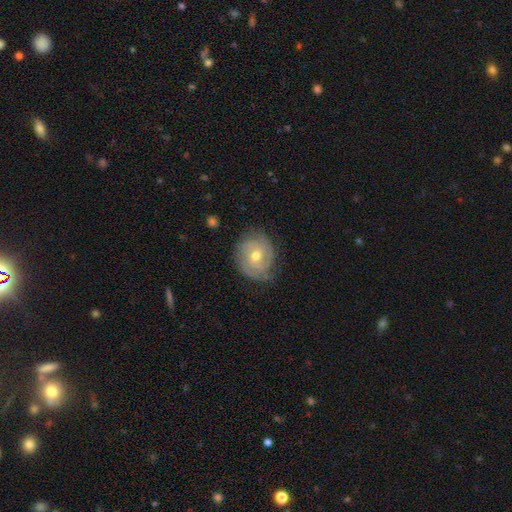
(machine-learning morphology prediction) type=featured or disk (74%); edge-on=no (97%); bar=no (68%); spiral arms=yes (90%); winding=tight (68%); arm count=can't tell (34%); bulge=moderate (66%); merging=none (76%).